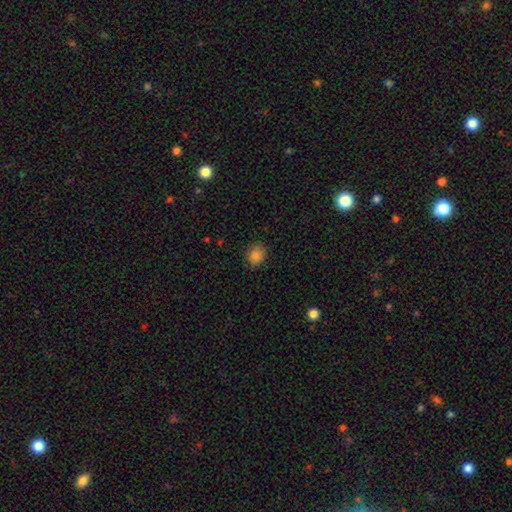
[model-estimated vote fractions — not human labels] smooth-or-featured: smooth: 84% | star or artifact: 11% | featured or disk: 5%
  how-rounded: round: 66% | in between: 33% | cigar-shaped: 1%
  merging: none: 84% | minor disturbance: 12% | major disturbance: 3% | merger: 1%